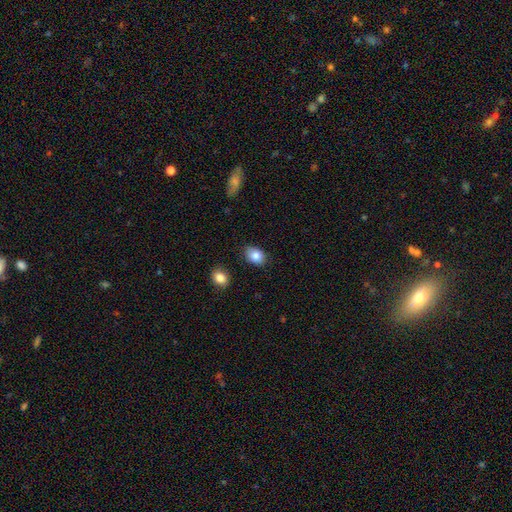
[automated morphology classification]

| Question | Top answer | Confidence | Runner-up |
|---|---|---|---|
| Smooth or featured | smooth | 84% | star or artifact (8%) |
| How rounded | in between | 75% | round (24%) |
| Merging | none | 81% | minor disturbance (14%) |